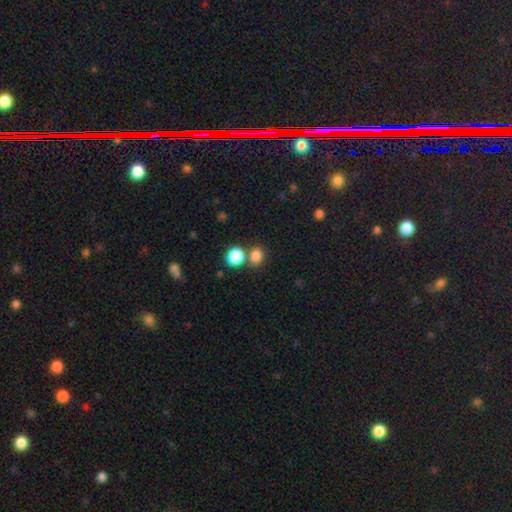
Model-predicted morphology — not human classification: The model was most divided on "how rounded": round: 64%, in between: 35%, cigar-shaped: 1%. More confident: smooth or featured — smooth (82%); merging — none (62%).